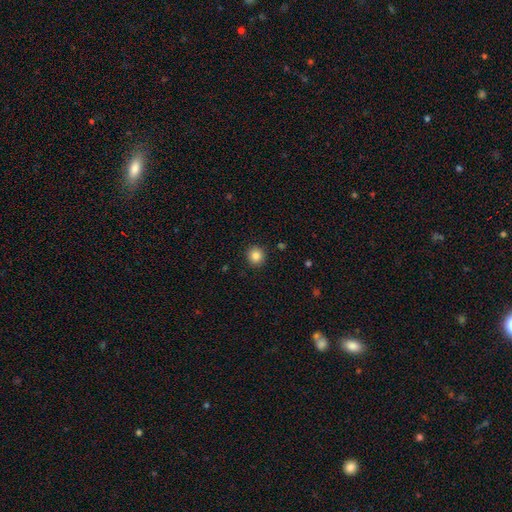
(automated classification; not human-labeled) smooth-or-featured: smooth: 84% | star or artifact: 11% | featured or disk: 6%
  how-rounded: round: 93% | in between: 6% | cigar-shaped: 1%
  merging: none: 92% | minor disturbance: 5% | major disturbance: 2% | merger: 1%